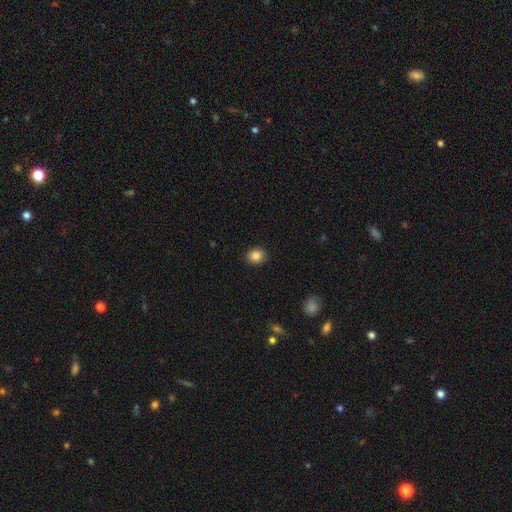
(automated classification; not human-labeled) Overall: smooth (86%). How rounded: round (73%). Merging: none (90%).